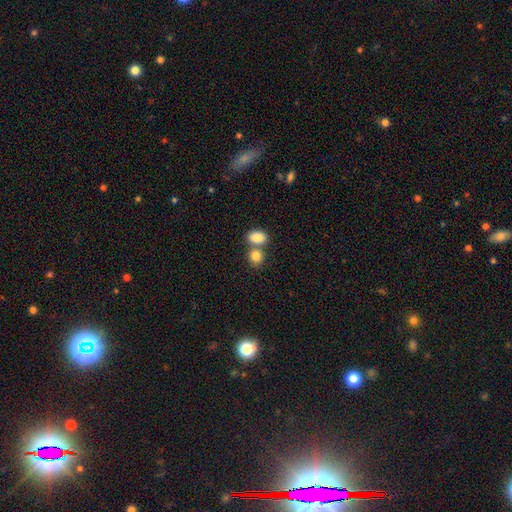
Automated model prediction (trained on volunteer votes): Morphology: type=smooth (84%); roundness=round (57%); merging=none (45%, tied with merger).